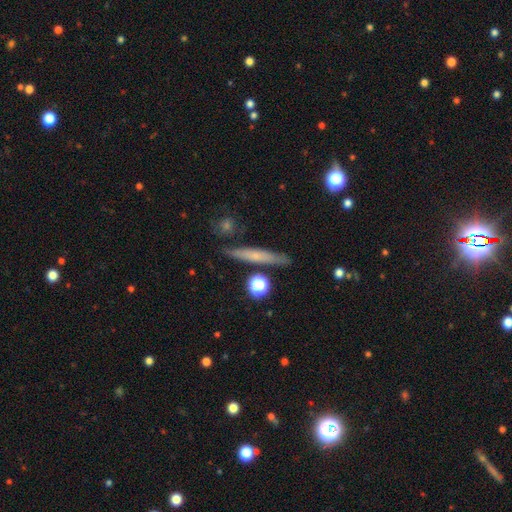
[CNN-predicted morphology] type=smooth (50%); roundness=cigar-shaped (89%); merging=none (84%).